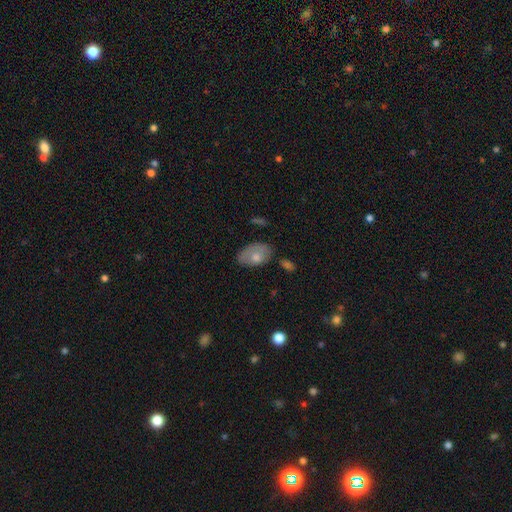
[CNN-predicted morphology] smooth_or_featured: smooth (p=0.70) [alt: featured or disk p=0.24]
how_rounded: in between (p=0.90) [alt: round p=0.08]
merging: none (p=0.60) [alt: minor disturbance p=0.28]